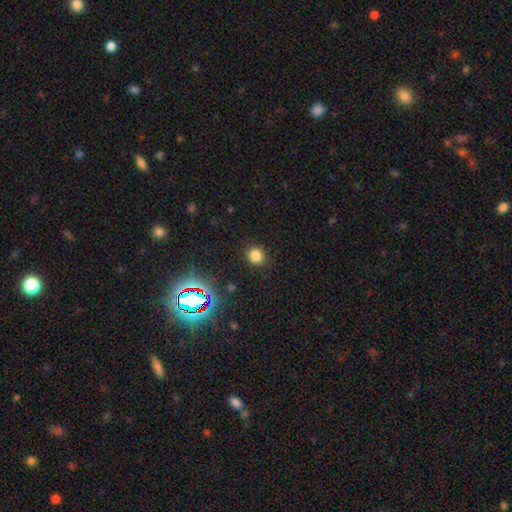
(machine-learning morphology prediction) Smooth or featured?
  - smooth: 79% *
  - star or artifact: 16%
  - featured or disk: 5%
How rounded?
  - round: 80% *
  - in between: 19%
  - cigar-shaped: 1%
Merging?
  - none: 88% *
  - minor disturbance: 8%
  - major disturbance: 3%
  - merger: 1%